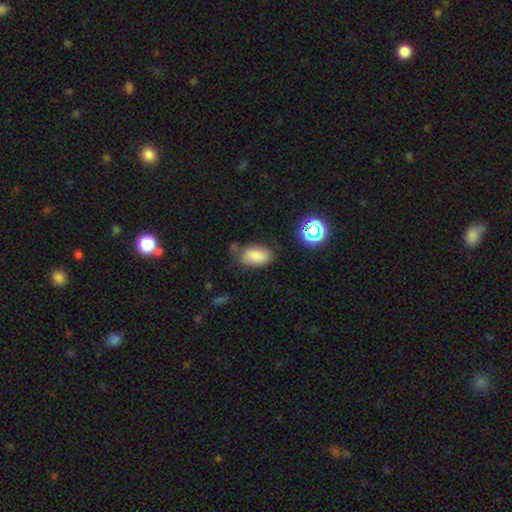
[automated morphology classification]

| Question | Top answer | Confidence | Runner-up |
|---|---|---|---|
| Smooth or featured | smooth | 79% | star or artifact (12%) |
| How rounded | in between | 91% | round (7%) |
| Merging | none | 62% | minor disturbance (24%) |